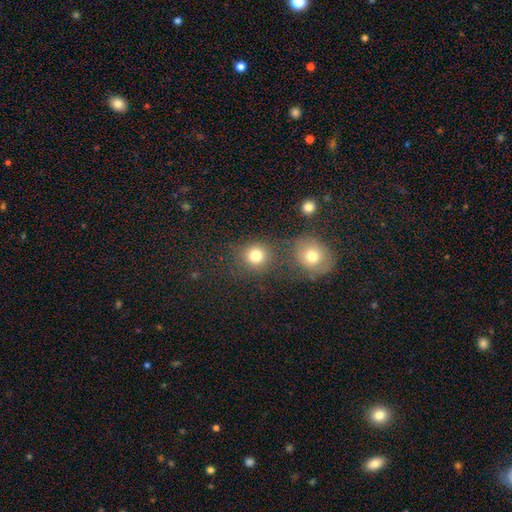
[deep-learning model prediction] Smooth or featured? smooth (80%)
How rounded? round (87%)
Merging? none (72%)